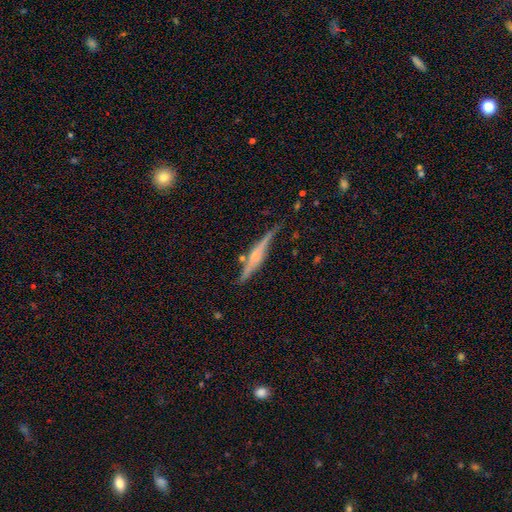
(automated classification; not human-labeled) Overall: featured or disk (71%). Edge-on disk: yes (93%). Edge-on bulge: rounded (59%; none 23%). Merging: none (70%).